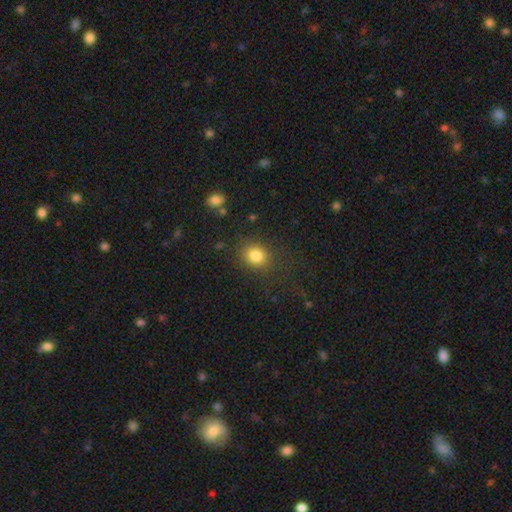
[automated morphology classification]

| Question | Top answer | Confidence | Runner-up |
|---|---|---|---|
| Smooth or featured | smooth | 82% | star or artifact (11%) |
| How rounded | round | 62% | in between (37%) |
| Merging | none | 80% | minor disturbance (11%) |